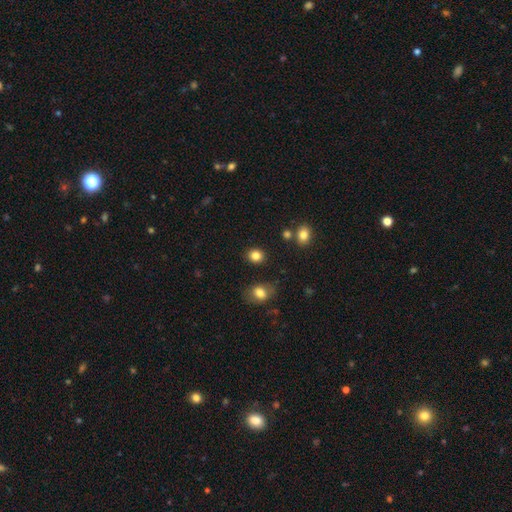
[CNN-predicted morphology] Smooth or featured: smooth — 84% (star or artifact — 11%)
How rounded: round — 74% (in between — 25%)
Merging: none — 87% (minor disturbance — 8%)